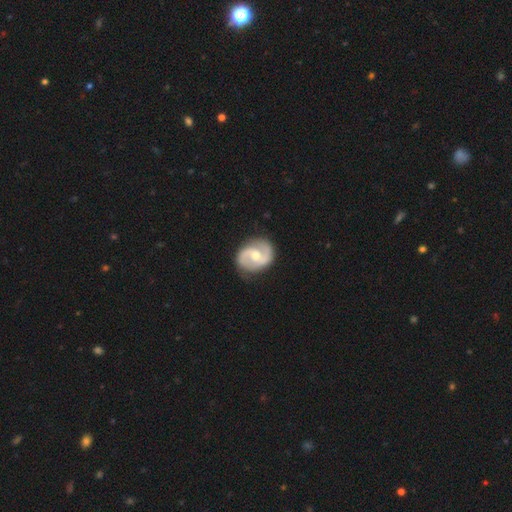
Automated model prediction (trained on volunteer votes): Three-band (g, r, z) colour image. It shows a featured or disk galaxy (85%) with a weak bar (45%), 2 (91%) medium (54%) spiral arms (94%) and a moderate central bulge (72%). Merging: none (82%).